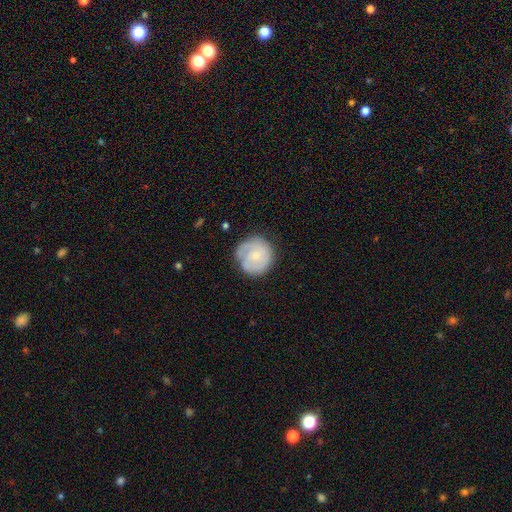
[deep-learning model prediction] Smooth or featured?
  - featured or disk: 56% *
  - smooth: 38%
  - star or artifact: 6%
Edge-on disk?
  - no: 98% *
  - yes: 2%
Bar?
  - no: 72% *
  - weak: 25%
  - strong: 4%
Spiral arms?
  - yes: 80% *
  - no: 20%
Bulge size?
  - small: 69% *
  - moderate: 24%
  - none: 5%
  - large: 2%
  - dominant: 1%
Merging?
  - none: 73% *
  - minor disturbance: 19%
  - major disturbance: 7%
  - merger: 2%